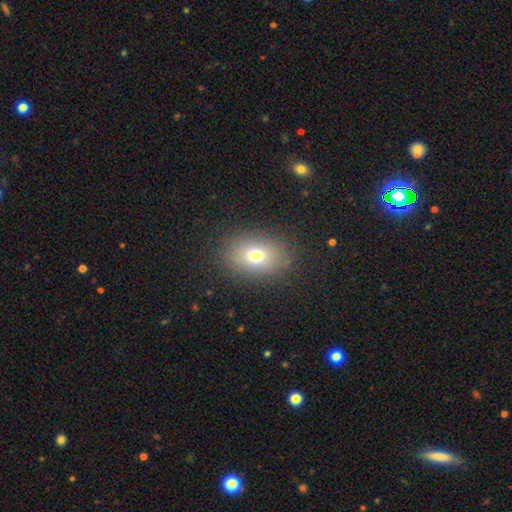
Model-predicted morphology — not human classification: smooth-or-featured: smooth: 74% | star or artifact: 14% | featured or disk: 13%
  how-rounded: in between: 70% | round: 29% | cigar-shaped: 1%
  merging: none: 85% | minor disturbance: 9% | major disturbance: 4% | merger: 1%